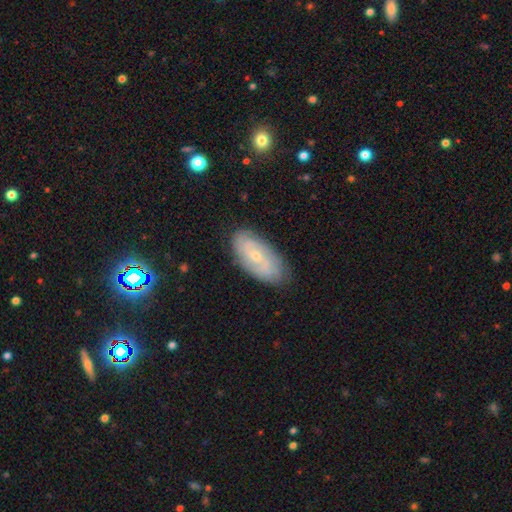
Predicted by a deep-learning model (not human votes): Smooth or featured? featured or disk (67%)
Edge-on disk? no (92%)
Bar? no (61%)
Spiral arms? yes (85%)
Spiral winding? tight (48%)
Spiral arm count? 2 (47%)
Bulge size? small (67%)
Merging? none (81%)